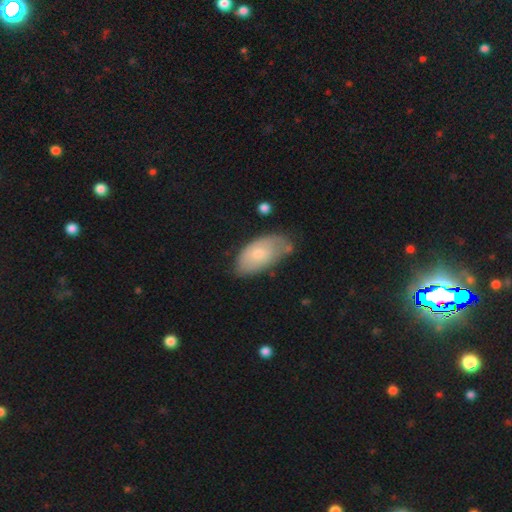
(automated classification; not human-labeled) Morphology: type=smooth (61%); roundness=in between (93%); merging=none (54%).